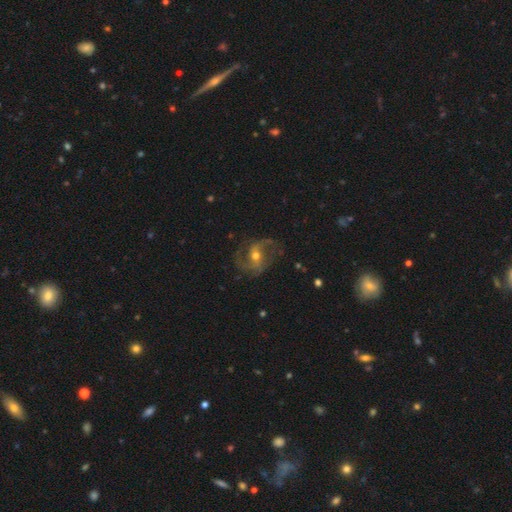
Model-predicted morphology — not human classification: Smooth or featured? featured or disk (85%)
Edge-on disk? no (97%)
Bar? no (41%, tied with weak)
Spiral arms? yes (94%)
Spiral winding? medium (46%)
Spiral arm count? 2 (65%)
Bulge size? moderate (63%)
Merging? none (67%)